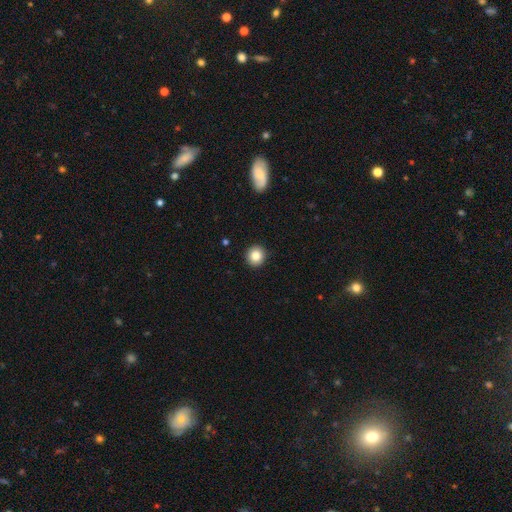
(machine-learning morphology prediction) A smooth galaxy with no disk features (85%) that is round (92%).

Vote fractions:
- Smooth or featured? smooth: 85% / star or artifact: 9% / featured or disk: 6%
- How rounded? round: 92% / in between: 7% / cigar-shaped: 1%
- Merging? none: 92% / minor disturbance: 5% / major disturbance: 2% / merger: 1%